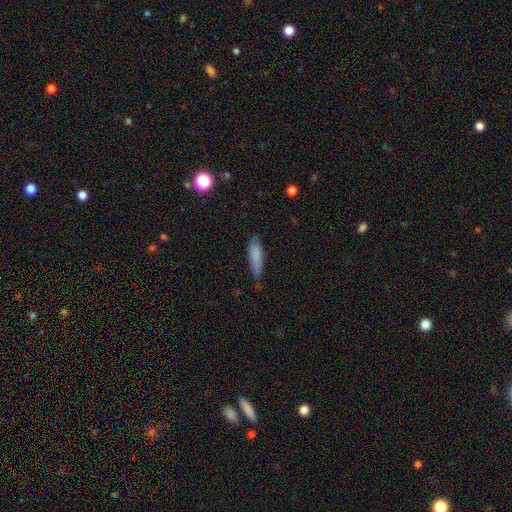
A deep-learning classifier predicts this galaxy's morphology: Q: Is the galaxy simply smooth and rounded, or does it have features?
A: smooth — 81%.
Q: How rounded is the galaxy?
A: cigar-shaped — 65%.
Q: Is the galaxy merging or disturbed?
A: none — 61%.